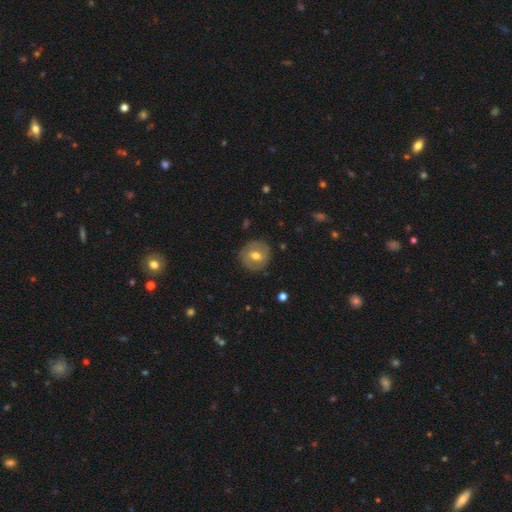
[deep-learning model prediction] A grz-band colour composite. It shows a smooth galaxy with no disk features (50%) that is round (89%). Merging: none (86%).